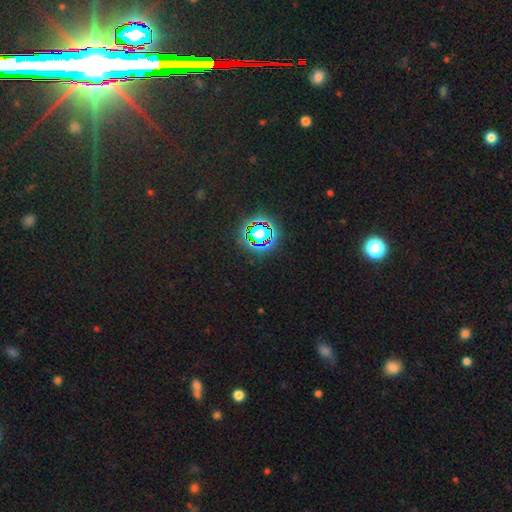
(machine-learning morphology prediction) Smooth or featured? Predicted: star or artifact (p=0.80).